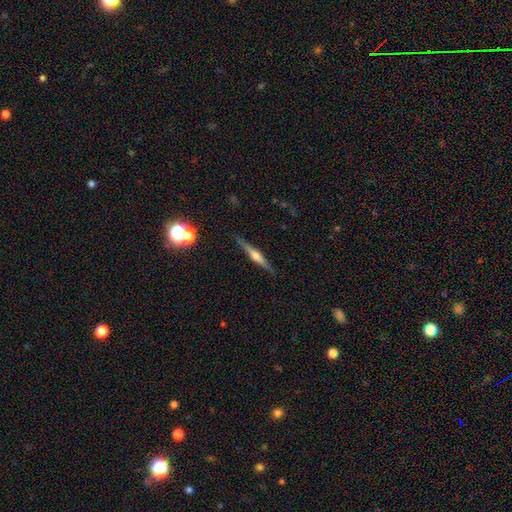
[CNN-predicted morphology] Smooth or featured? featured or disk (71%)
Edge-on disk? yes (98%)
Edge-on bulge? rounded (85%)
Merging? none (89%)